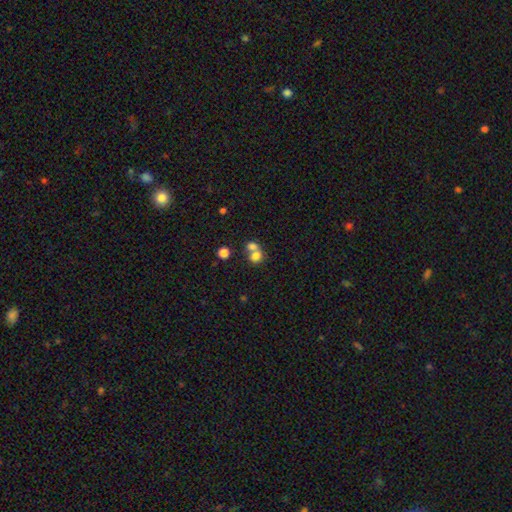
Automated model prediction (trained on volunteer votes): This is likely a smooth galaxy (74%). How rounded: likely round (69%). Merging: likely merger (61%).